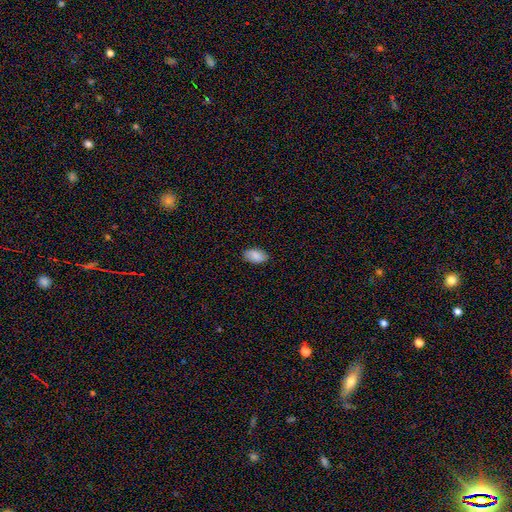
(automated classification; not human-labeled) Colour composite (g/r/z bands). It shows a smooth galaxy with no disk features (86%) that is in between round and cigar-shaped (94%). Merging: none (85%).